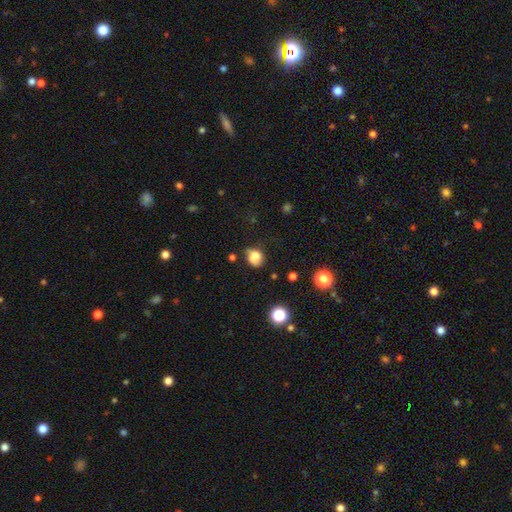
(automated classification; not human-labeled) Smooth or featured?
  - smooth: 71% *
  - featured or disk: 17%
  - star or artifact: 13%
How rounded?
  - round: 57% *
  - in between: 42%
  - cigar-shaped: 1%
Merging?
  - none: 49% *
  - minor disturbance: 30%
  - major disturbance: 13%
  - merger: 8%